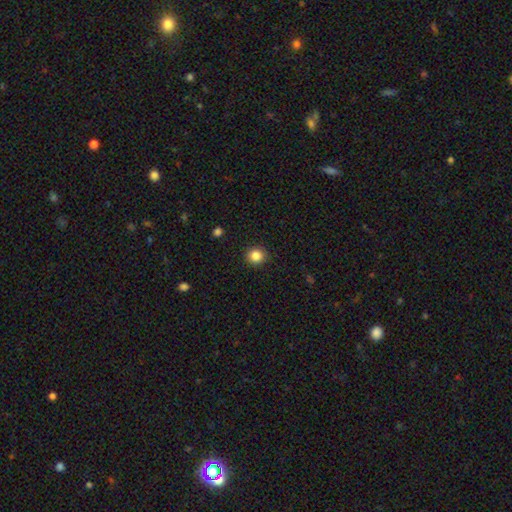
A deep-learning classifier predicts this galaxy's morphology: This appears to be a smooth galaxy with no disk features (85%) that is round (90%). Merging: none (91%).